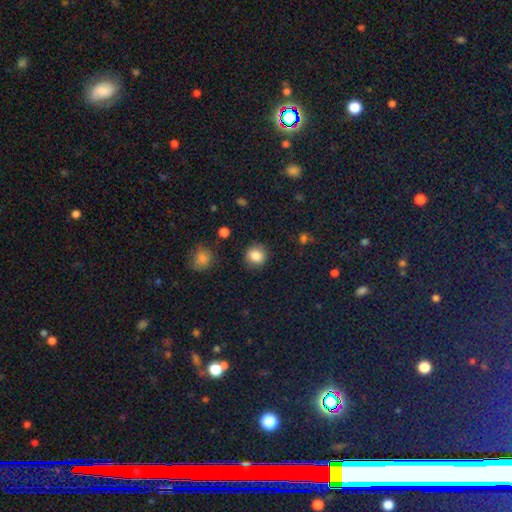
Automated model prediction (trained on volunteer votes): Smooth or featured? smooth (85%)
How rounded? round (86%)
Merging? none (86%)